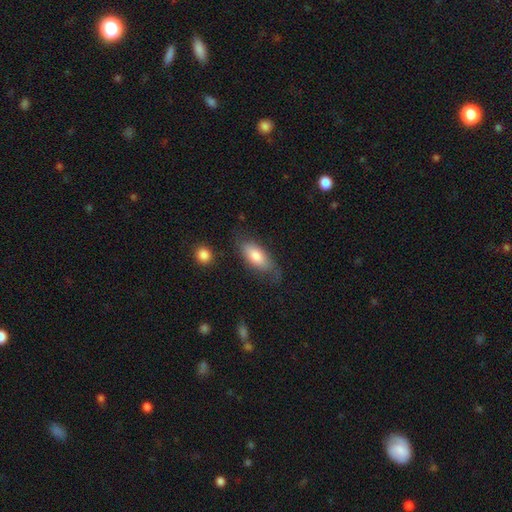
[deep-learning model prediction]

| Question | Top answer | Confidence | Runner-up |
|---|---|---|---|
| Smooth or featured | smooth | 76% | featured or disk (18%) |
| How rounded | in between | 81% | cigar-shaped (17%) |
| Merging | none | 66% | minor disturbance (24%) |